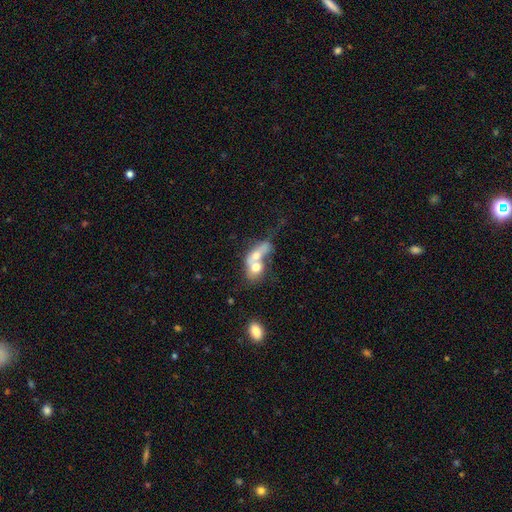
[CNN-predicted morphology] Smooth or featured? smooth (58%)
How rounded? in between (59%)
Merging? merger (74%)